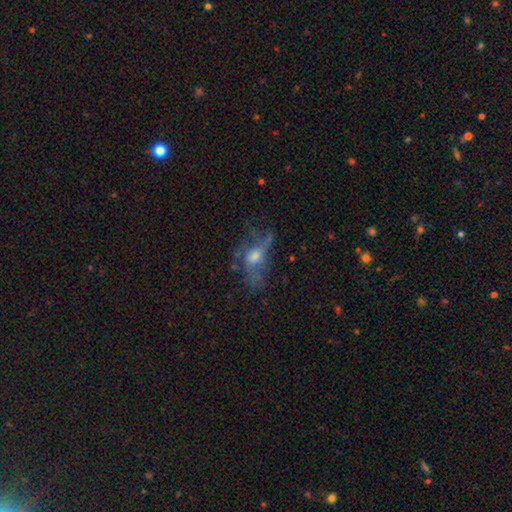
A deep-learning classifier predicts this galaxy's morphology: This is likely a featured or disk galaxy (61%). It is clearly not viewed edge-on (87%). Bar: likely no (75%). Spiral arm pattern: possibly no (56%). Central bulge: possibly moderate (58%). Merging: marginally none (39%, tied with major disturbance).